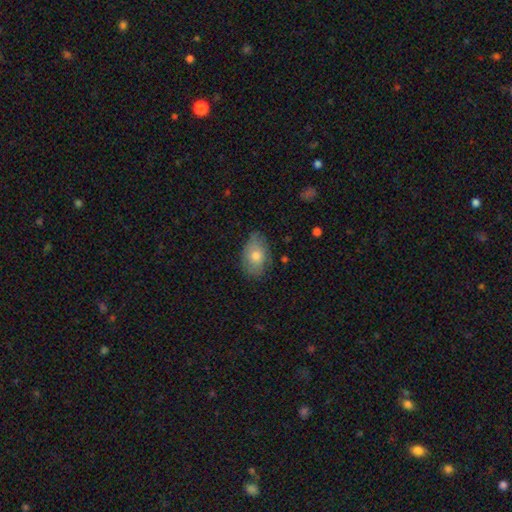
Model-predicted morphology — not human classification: Q: Smooth or featured?
A: smooth (74%); runner-up: featured or disk (19%)
Q: How rounded?
A: in between (88%); runner-up: round (10%)
Q: Merging?
A: none (74%); runner-up: minor disturbance (21%)